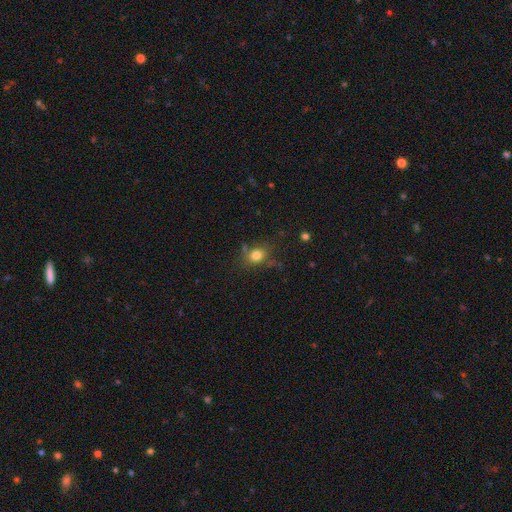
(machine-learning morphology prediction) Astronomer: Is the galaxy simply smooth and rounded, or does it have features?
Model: smooth — 77%.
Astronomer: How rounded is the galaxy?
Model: round — 57% (runner-up: in between, 41%).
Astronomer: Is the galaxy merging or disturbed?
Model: none — 70%.